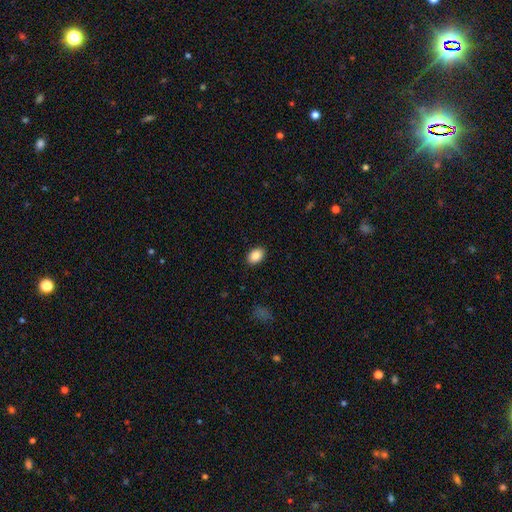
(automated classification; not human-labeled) Smooth or featured? smooth (88%)
How rounded? in between (81%)
Merging? none (89%)